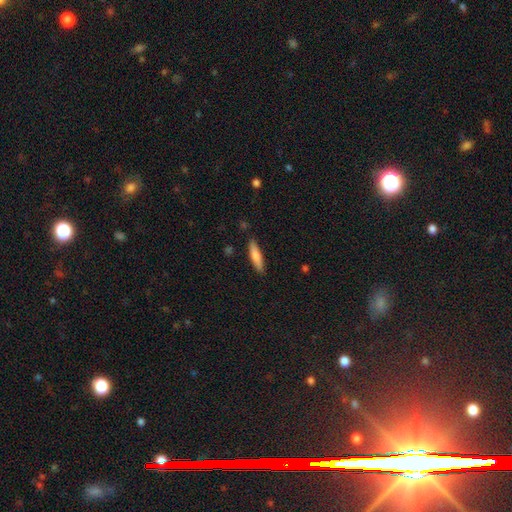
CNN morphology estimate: smooth_or_featured: smooth (p=0.75) [alt: featured or disk p=0.19]
how_rounded: cigar-shaped (p=0.77) [alt: in between p=0.22]
merging: none (p=0.87) [alt: minor disturbance p=0.09]